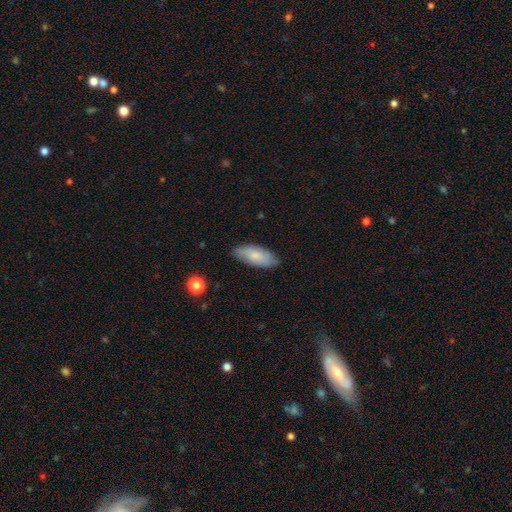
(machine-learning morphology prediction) smooth_or_featured: smooth (p=0.78) [alt: featured or disk p=0.16]
how_rounded: in between (p=0.81) [alt: cigar-shaped p=0.17]
merging: none (p=0.80) [alt: minor disturbance p=0.16]